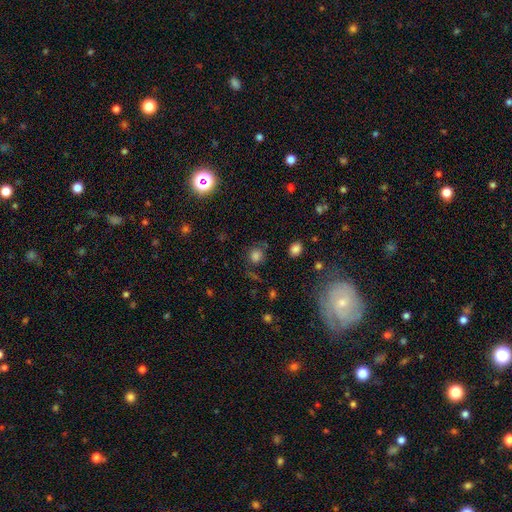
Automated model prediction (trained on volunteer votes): Overall: smooth (76%). How rounded: round (83%). Merging: none (72%).